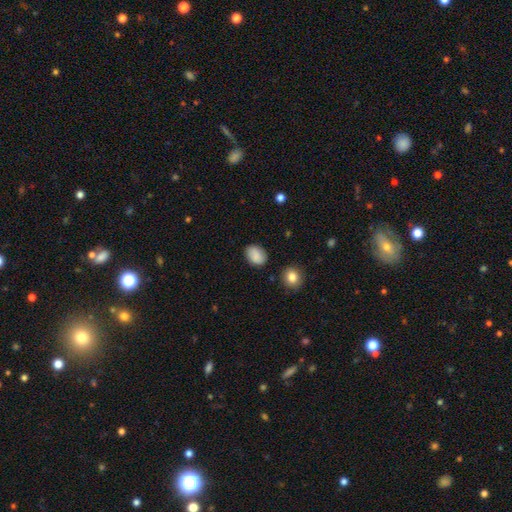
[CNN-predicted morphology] Smooth or featured? Predicted: smooth (p=0.84). How rounded? Predicted: in between (p=0.69). Merging? Predicted: none (p=0.82).